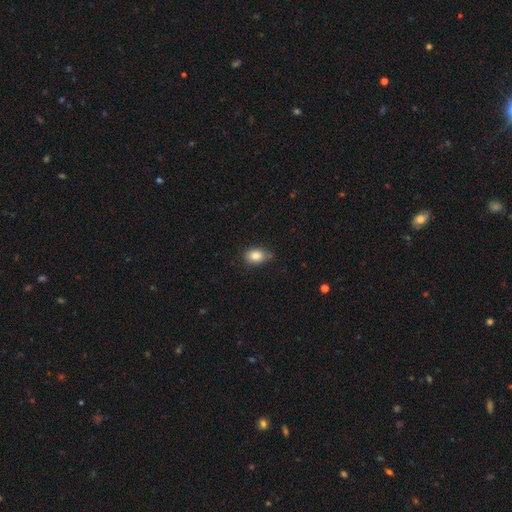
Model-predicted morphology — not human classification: Smooth or featured?
  - smooth: 84% *
  - star or artifact: 9%
  - featured or disk: 7%
How rounded?
  - in between: 74% *
  - round: 25%
  - cigar-shaped: 1%
Merging?
  - none: 72% *
  - minor disturbance: 21%
  - major disturbance: 3%
  - merger: 3%